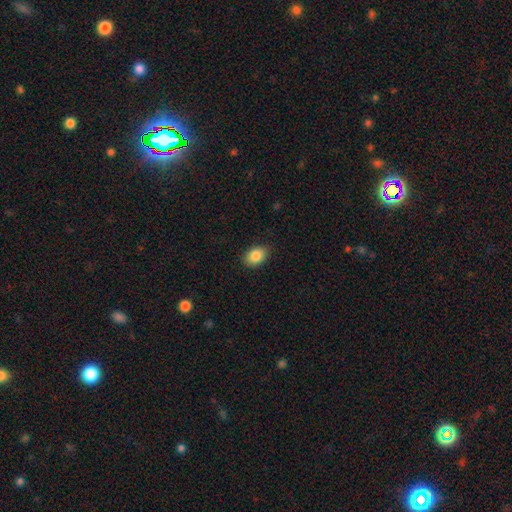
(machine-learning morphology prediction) Smooth or featured? smooth (86%)
How rounded? in between (75%)
Merging? none (85%)